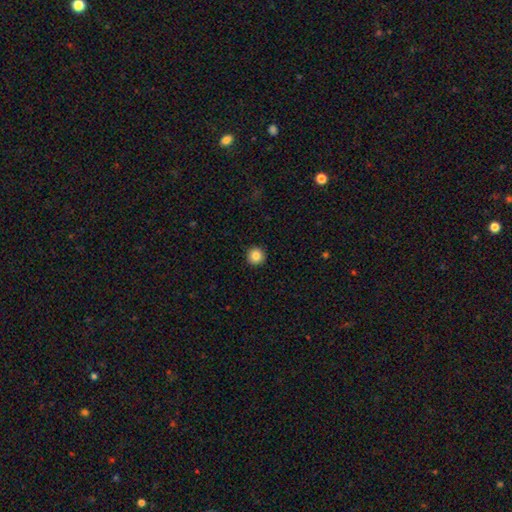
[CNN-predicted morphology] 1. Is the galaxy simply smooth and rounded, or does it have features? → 86% smooth, 9% star or artifact, 5% featured or disk.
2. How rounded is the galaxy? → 96% round, 3% in between, 1% cigar-shaped.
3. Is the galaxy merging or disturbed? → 93% none, 4% minor disturbance, 1% major disturbance, 1% merger.